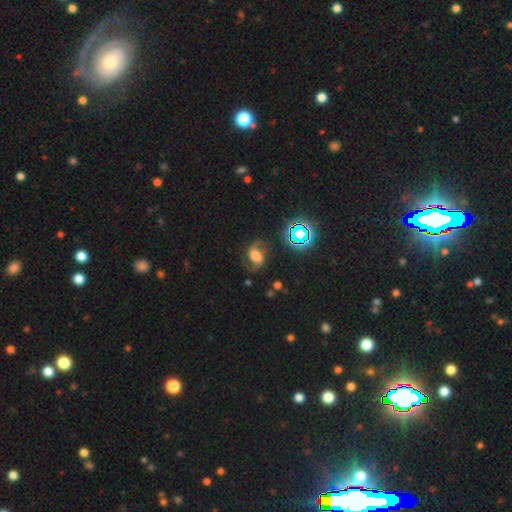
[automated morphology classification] Q: Smooth or featured?
A: featured or disk (72%); runner-up: smooth (14%)
Q: Edge-on disk?
A: no (97%); runner-up: yes (3%)
Q: Bar?
A: weak (41%); runner-up: no (37%)
Q: Spiral arms?
A: yes (95%); runner-up: no (5%)
Q: Spiral winding?
A: loose (45%); tied with: medium (45%)
Q: Spiral arm count?
A: 2 (92%); runner-up: can't tell (3%)
Q: Bulge size?
A: large (34%); tied with: moderate (34%)
Q: Merging?
A: none (73%); runner-up: minor disturbance (16%)